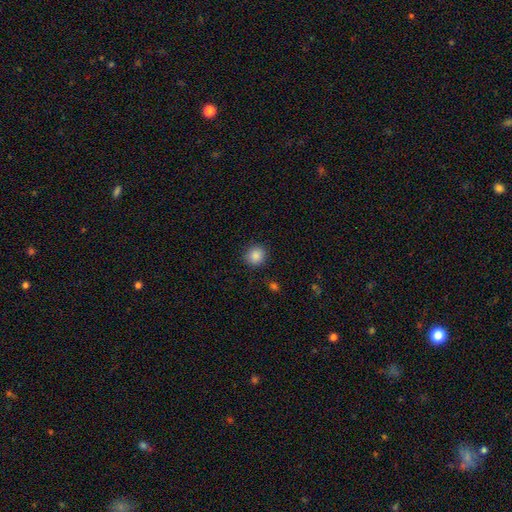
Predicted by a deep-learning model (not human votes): Smooth or featured? Predicted: smooth (p=0.87). How rounded? Predicted: round (p=0.86). Merging? Predicted: none (p=0.89).